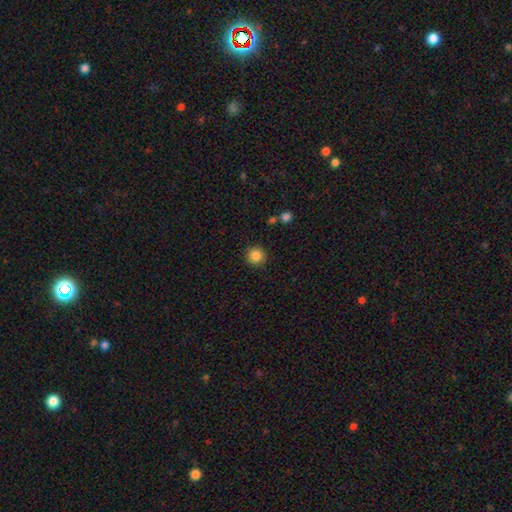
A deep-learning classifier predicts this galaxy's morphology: Overall: smooth (86%). How rounded: round (94%). Merging: none (91%).